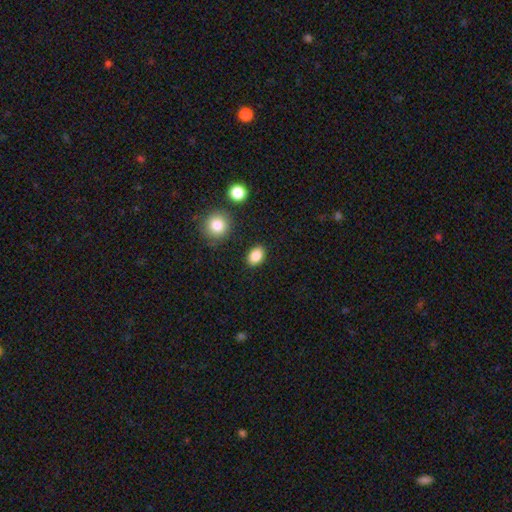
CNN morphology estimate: smooth 86%, star or artifact 9%, featured or disk 5%. Down the decision tree: how rounded — in between (78%); merging — none (87%).